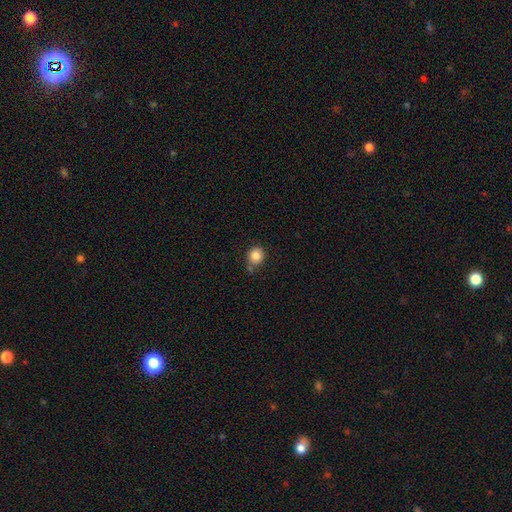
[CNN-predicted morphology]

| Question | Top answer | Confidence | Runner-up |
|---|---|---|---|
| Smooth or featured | smooth | 85% | star or artifact (10%) |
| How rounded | round | 83% | in between (17%) |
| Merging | none | 70% | minor disturbance (18%) |